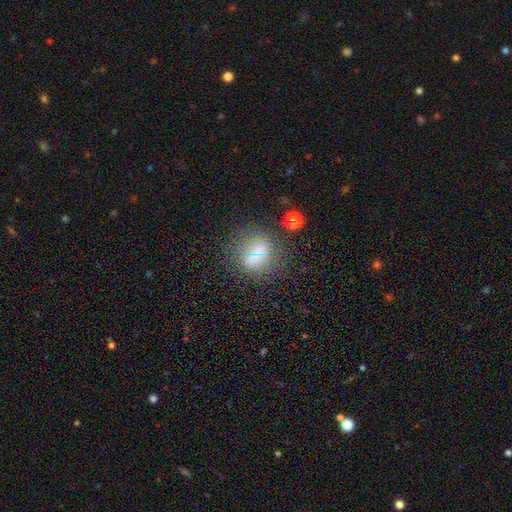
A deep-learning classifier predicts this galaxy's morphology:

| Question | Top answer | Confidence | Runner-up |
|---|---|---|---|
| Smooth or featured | smooth | 51% | featured or disk (24%) |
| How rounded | round | 68% | in between (26%) |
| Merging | none | 65% | minor disturbance (15%) |